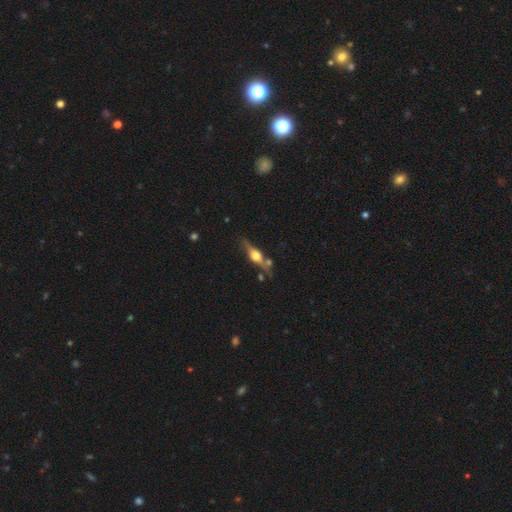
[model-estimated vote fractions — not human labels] The model was most divided on "smooth or featured": featured or disk: 71%, smooth: 22%, star or artifact: 7%. More confident: edge-on bulge — rounded (94%); edge-on disk — yes (93%); merging — none (67%).